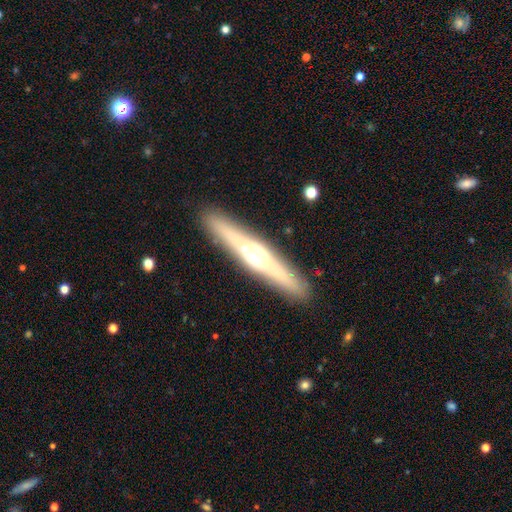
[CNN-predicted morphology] The model was most divided on "smooth or featured": featured or disk: 67%, smooth: 27%, star or artifact: 6%. More confident: edge-on disk — yes (94%); merging — none (90%); edge-on bulge — rounded (85%).